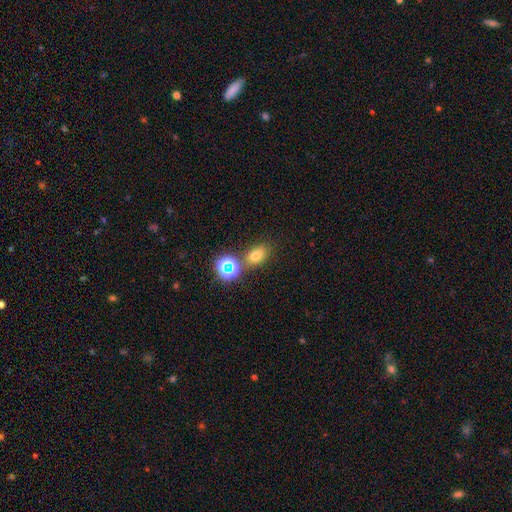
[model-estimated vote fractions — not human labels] This appears to be a smooth galaxy with no disk features (68%) that is in between round and cigar-shaped (72%). Merging: none (71%).